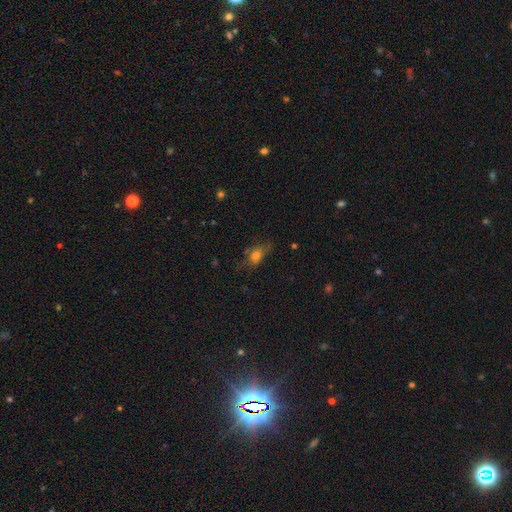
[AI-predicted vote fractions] The model was most divided on "merging": none: 51%, minor disturbance: 28%, major disturbance: 18%, merger: 3%. More confident: how rounded — in between (70%); smooth or featured — smooth (64%).